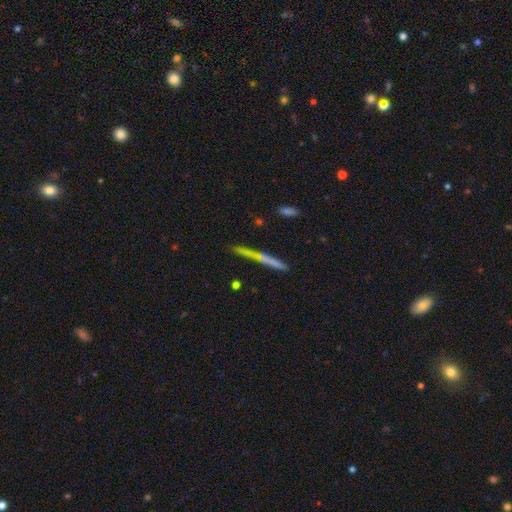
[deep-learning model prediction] Smooth or featured: featured or disk — 53% (smooth — 38%)
Edge-on disk: yes — 96% (no — 4%)
Edge-on bulge: none — 70% (rounded — 24%)
Merging: none — 83% (minor disturbance — 12%)